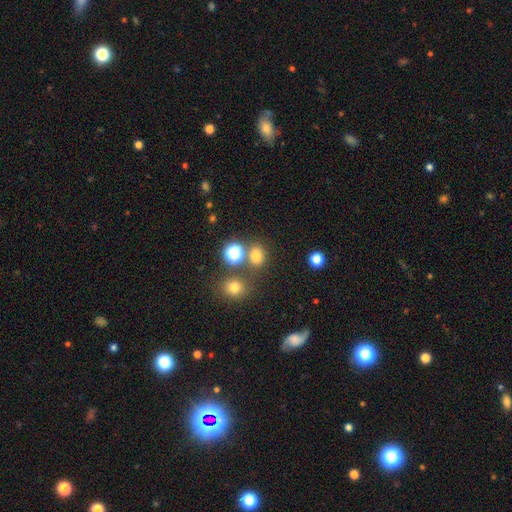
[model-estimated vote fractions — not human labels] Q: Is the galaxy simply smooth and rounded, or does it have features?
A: smooth — 72%.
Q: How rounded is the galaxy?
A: round — 68%.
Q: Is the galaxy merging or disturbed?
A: none — 72%.